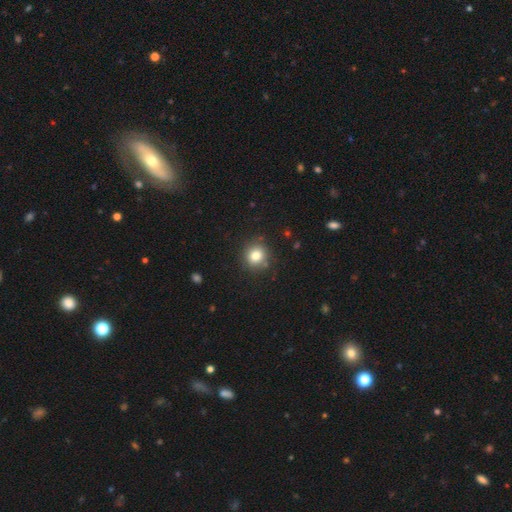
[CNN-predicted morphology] smooth 81%, star or artifact 12%, featured or disk 7%. Down the decision tree: how rounded — round (84%); merging — none (85%).